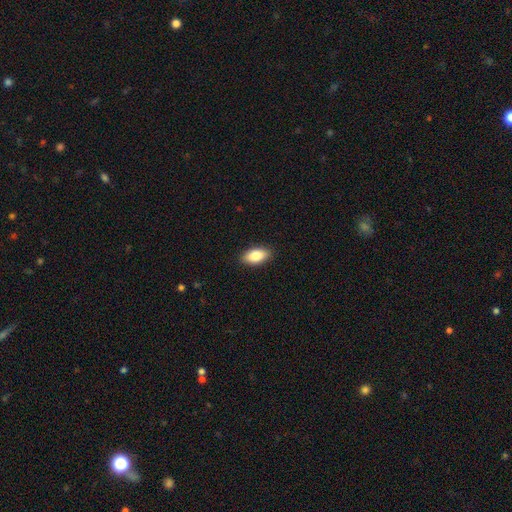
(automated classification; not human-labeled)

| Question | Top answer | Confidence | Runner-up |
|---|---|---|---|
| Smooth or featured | smooth | 84% | featured or disk (9%) |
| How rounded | in between | 91% | cigar-shaped (5%) |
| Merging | none | 89% | minor disturbance (8%) |